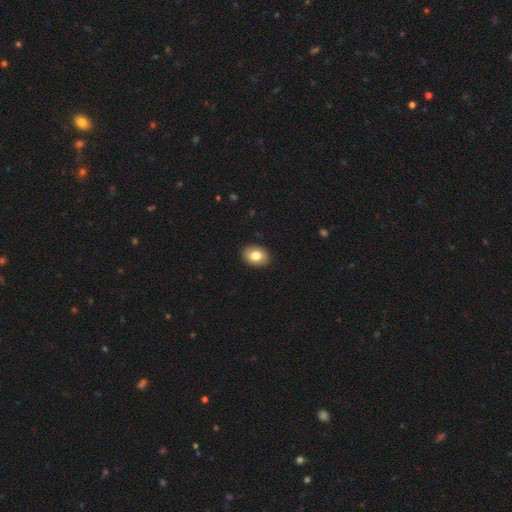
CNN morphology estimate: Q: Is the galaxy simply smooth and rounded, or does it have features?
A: smooth — 81%.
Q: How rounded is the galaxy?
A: in between — 70%.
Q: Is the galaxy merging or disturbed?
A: none — 91%.